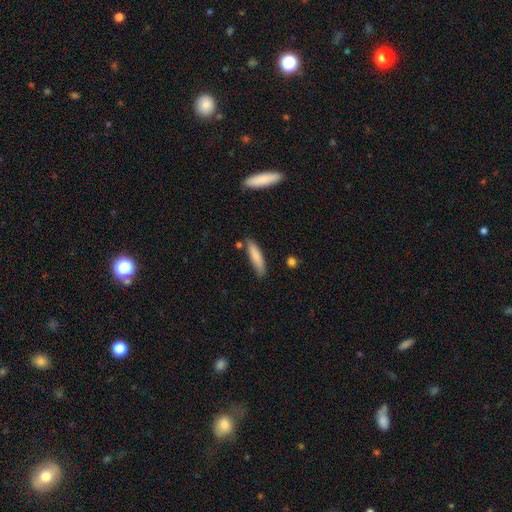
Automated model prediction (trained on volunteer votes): Q: Smooth or featured?
A: smooth (80%); runner-up: featured or disk (14%)
Q: How rounded?
A: cigar-shaped (78%); runner-up: in between (20%)
Q: Merging?
A: none (77%); runner-up: minor disturbance (16%)